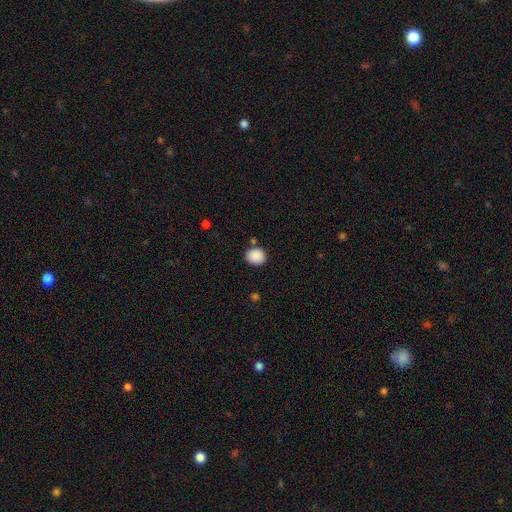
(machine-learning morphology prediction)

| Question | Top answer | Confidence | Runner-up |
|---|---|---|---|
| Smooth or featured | smooth | 89% | star or artifact (8%) |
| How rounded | round | 70% | in between (29%) |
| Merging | none | 82% | minor disturbance (10%) |